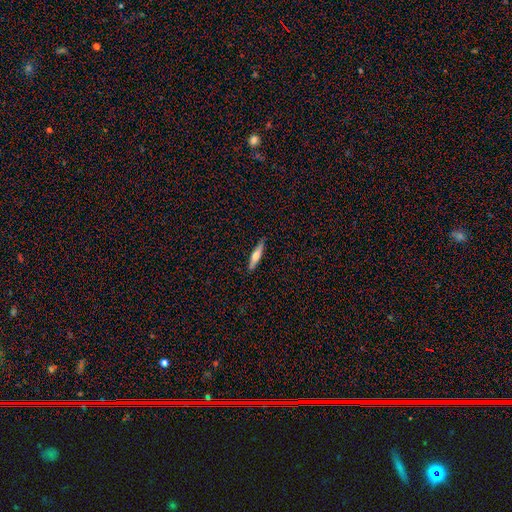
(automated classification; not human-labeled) A smooth galaxy with no disk features (57%) that is cigar-shaped (81%). Merging: none (87%).